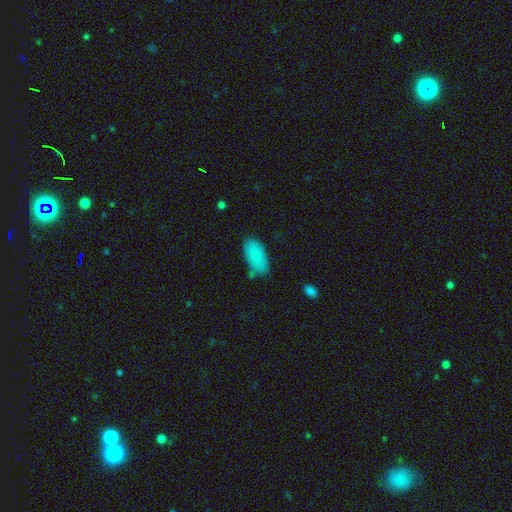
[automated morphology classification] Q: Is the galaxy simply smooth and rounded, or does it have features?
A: smooth — 87%.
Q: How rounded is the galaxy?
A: in between — 92%.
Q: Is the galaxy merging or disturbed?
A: none — 68%.